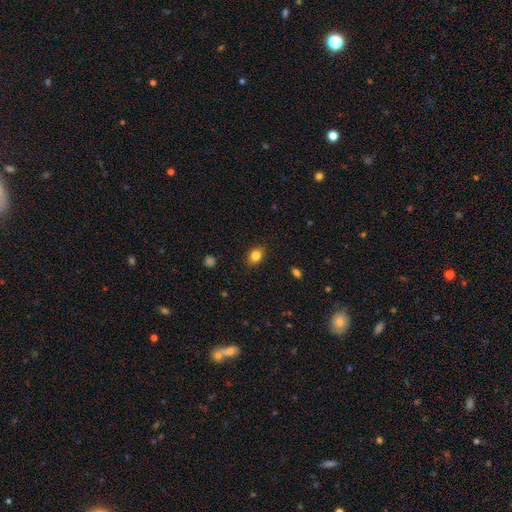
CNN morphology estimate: A smooth galaxy with no disk features (83%) that is in between round and cigar-shaped (71%). Merging: none (87%).